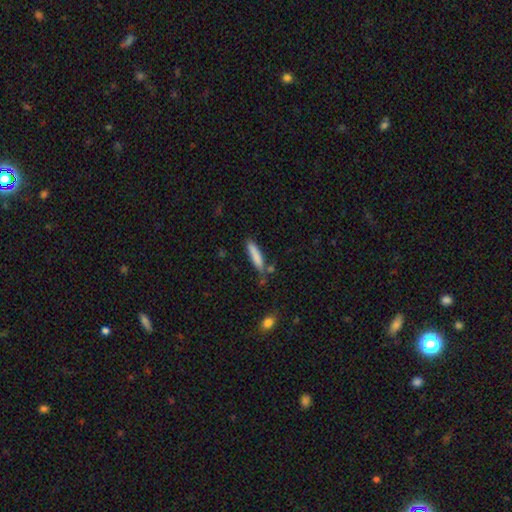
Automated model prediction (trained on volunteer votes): This is clearly a smooth galaxy (82%). How rounded: clearly cigar-shaped (84%). Merging: likely none (70%).